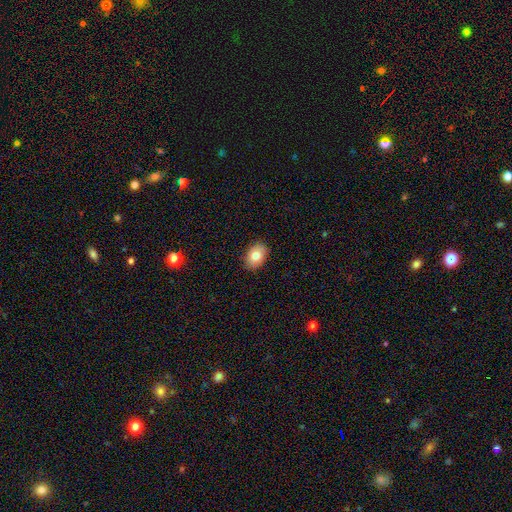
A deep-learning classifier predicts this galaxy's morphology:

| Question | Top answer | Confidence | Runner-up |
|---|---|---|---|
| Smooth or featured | smooth | 81% | featured or disk (11%) |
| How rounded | in between | 83% | round (16%) |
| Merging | none | 88% | minor disturbance (9%) |